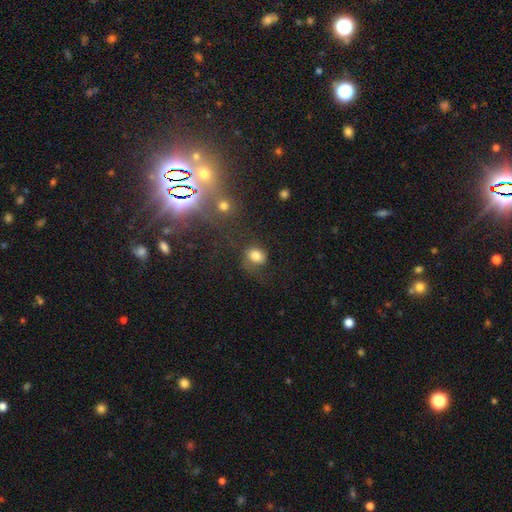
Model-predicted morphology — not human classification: smooth-or-featured: smooth: 76% | featured or disk: 13% | star or artifact: 11%
  how-rounded: round: 53% | in between: 46% | cigar-shaped: 1%
  merging: none: 52% | minor disturbance: 24% | major disturbance: 19% | merger: 5%